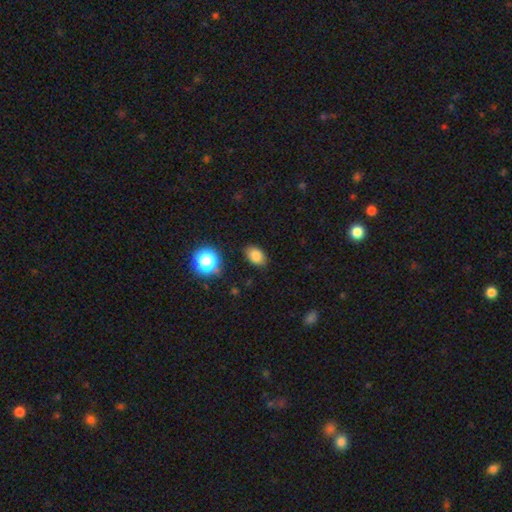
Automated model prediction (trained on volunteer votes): Morphology: type=smooth (82%); roundness=in between (83%); merging=none (84%).